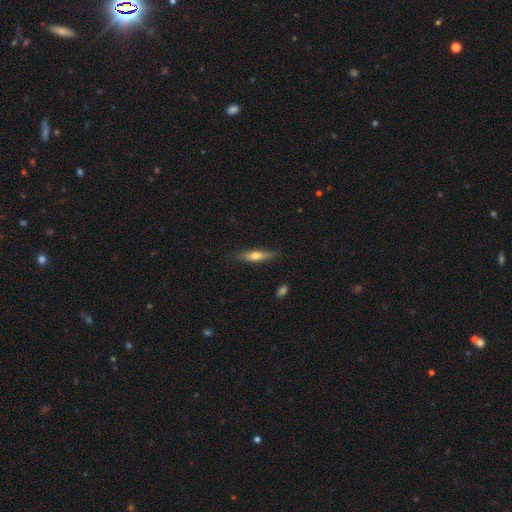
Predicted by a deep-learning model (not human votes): Smooth or featured? Predicted: smooth (p=0.49). Merging? Predicted: none (p=0.83).